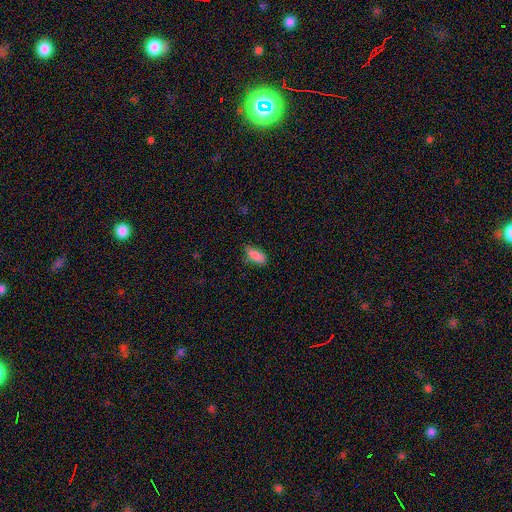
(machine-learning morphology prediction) This is clearly a smooth galaxy (86%). How rounded: clearly in between (82%). Merging: likely none (66%).